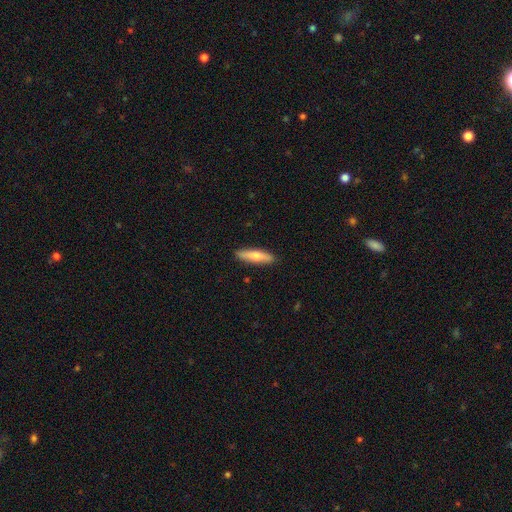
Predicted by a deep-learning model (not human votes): smooth 68%, featured or disk 26%, star or artifact 6%. Down the decision tree: how rounded — cigar-shaped (74%); merging — none (89%).